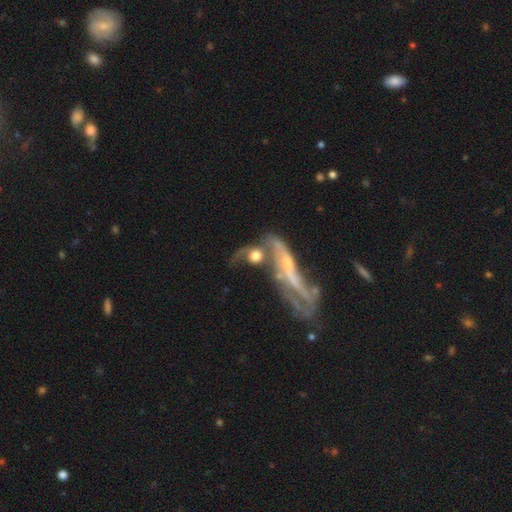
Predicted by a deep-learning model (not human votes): The model was most divided on "smooth or featured": featured or disk: 51%, smooth: 40%, star or artifact: 9%. Remaining: edge-on disk — no (80%); merging — merger (48%).